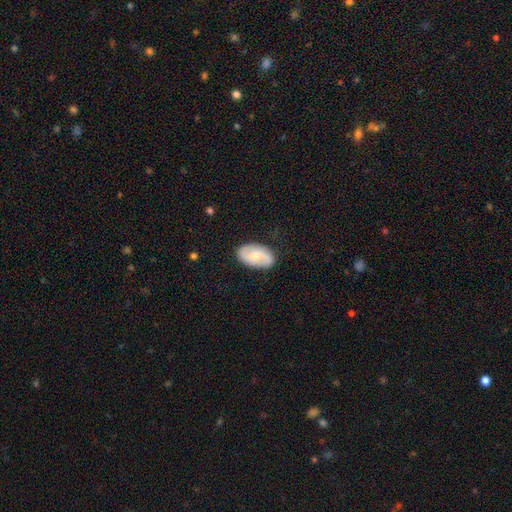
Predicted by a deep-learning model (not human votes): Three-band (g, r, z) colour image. It shows a featured or disk galaxy (57%) with no bar (48%), spiral arms (88%) and a moderate central bulge (45%). Merging: none (83%).